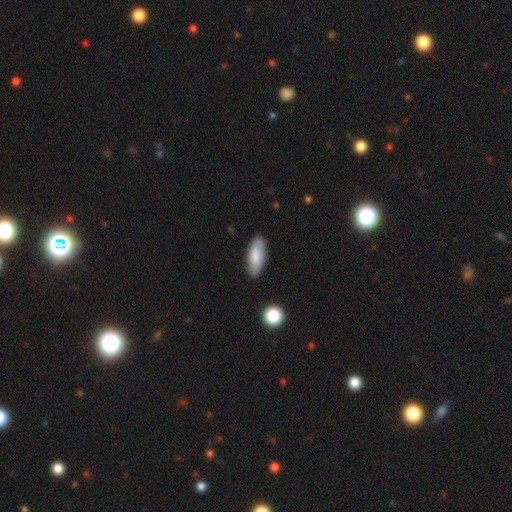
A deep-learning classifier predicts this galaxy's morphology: type=smooth (82%); roundness=in between (77%); merging=none (85%).